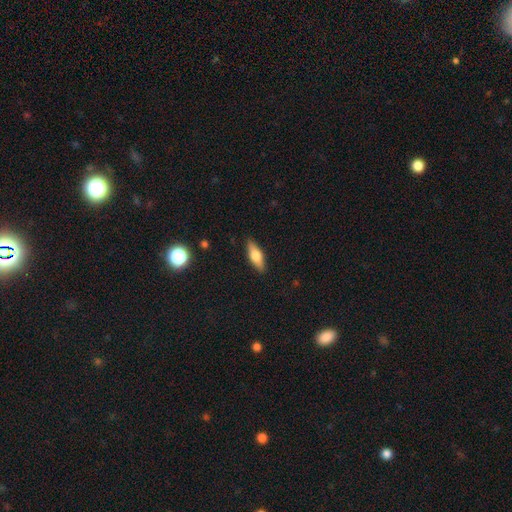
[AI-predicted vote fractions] A smooth galaxy with no disk features (56%) that is in between round and cigar-shaped (60%).

Vote fractions:
- Smooth or featured? smooth: 56% / featured or disk: 37% / star or artifact: 7%
- How rounded? in between: 60% / cigar-shaped: 37% / round: 3%
- Merging? none: 88% / minor disturbance: 9% / major disturbance: 2% / merger: 1%